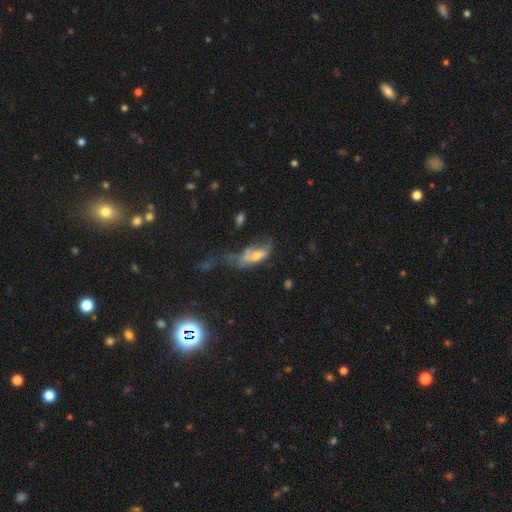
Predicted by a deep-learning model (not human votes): smooth-or-featured: smooth: 50% | featured or disk: 37% | star or artifact: 12%
  how-rounded: in between: 78% | cigar-shaped: 18% | round: 4%
  merging: major disturbance: 44% | minor disturbance: 21% | none: 19% | merger: 15%